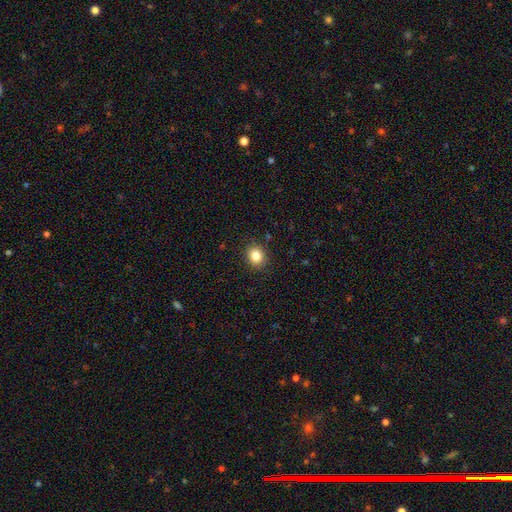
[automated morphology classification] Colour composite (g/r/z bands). It shows a smooth galaxy with no disk features (83%) that is round (70%). Merging: none (89%).